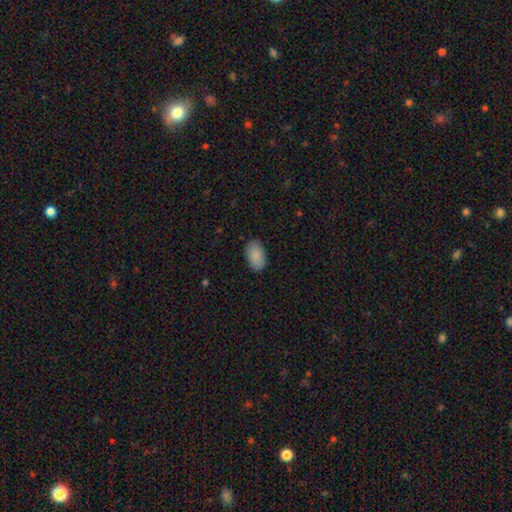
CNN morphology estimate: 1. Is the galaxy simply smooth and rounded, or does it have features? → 89% smooth, 6% star or artifact, 5% featured or disk.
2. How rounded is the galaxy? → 93% in between, 6% round, 1% cigar-shaped.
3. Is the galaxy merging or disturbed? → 86% none, 10% minor disturbance, 2% major disturbance, 1% merger.